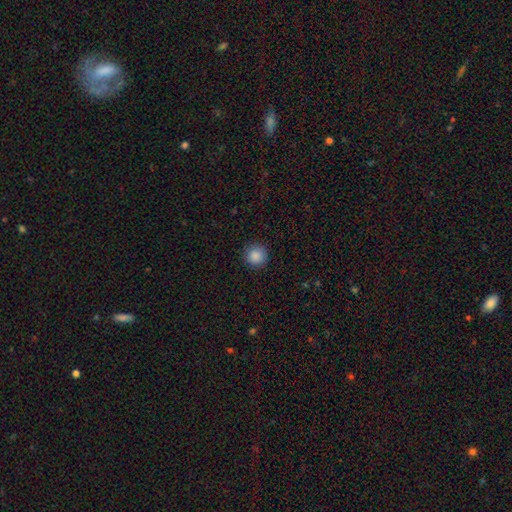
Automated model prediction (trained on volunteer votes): smooth_or_featured: smooth (p=0.87) [alt: star or artifact p=0.09]
how_rounded: round (p=0.95) [alt: in between p=0.04]
merging: none (p=0.91) [alt: minor disturbance p=0.06]